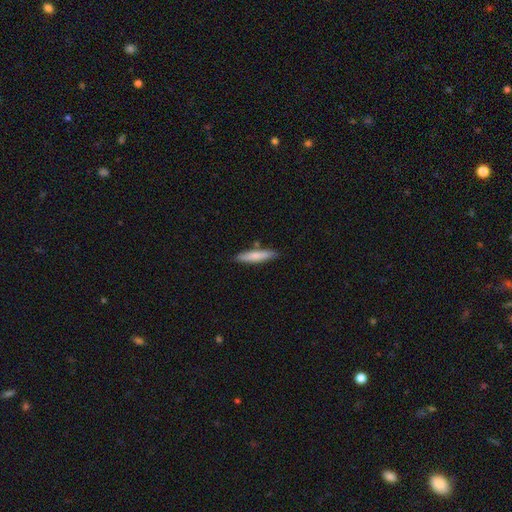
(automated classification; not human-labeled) Morphology: type=smooth (76%); roundness=cigar-shaped (84%); merging=none (83%).